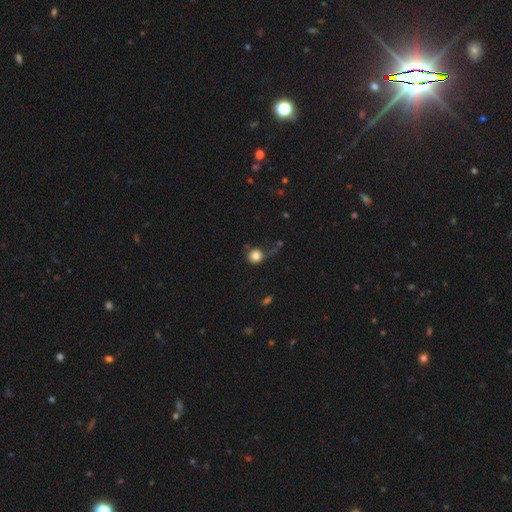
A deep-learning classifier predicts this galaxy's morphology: Smooth or featured?
  - smooth: 81% *
  - star or artifact: 10%
  - featured or disk: 9%
How rounded?
  - round: 90% *
  - in between: 9%
  - cigar-shaped: 1%
Merging?
  - none: 51% *
  - minor disturbance: 23%
  - major disturbance: 19%
  - merger: 7%